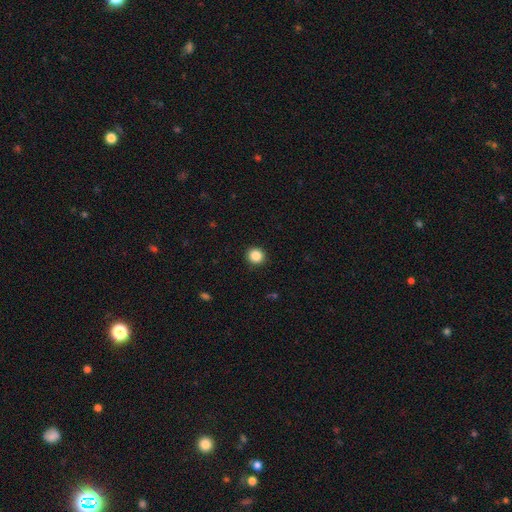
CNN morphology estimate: Smooth or featured: smooth — 86% (star or artifact — 10%)
How rounded: round — 93% (in between — 6%)
Merging: none — 92% (minor disturbance — 5%)